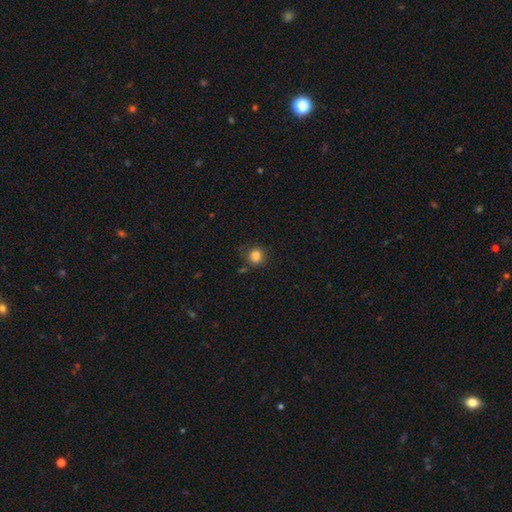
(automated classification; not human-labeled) This appears to be a smooth galaxy with no disk features (84%) that is round (85%). Merging: none (78%).